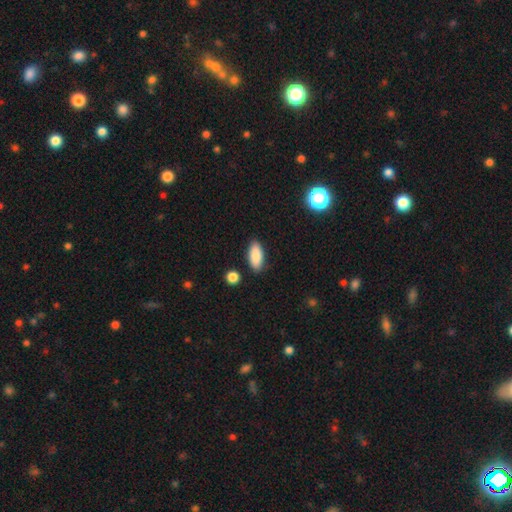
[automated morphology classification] smooth-or-featured: smooth: 88% | star or artifact: 7% | featured or disk: 5%
  how-rounded: in between: 86% | cigar-shaped: 12% | round: 3%
  merging: none: 86% | minor disturbance: 10% | merger: 2% | major disturbance: 2%